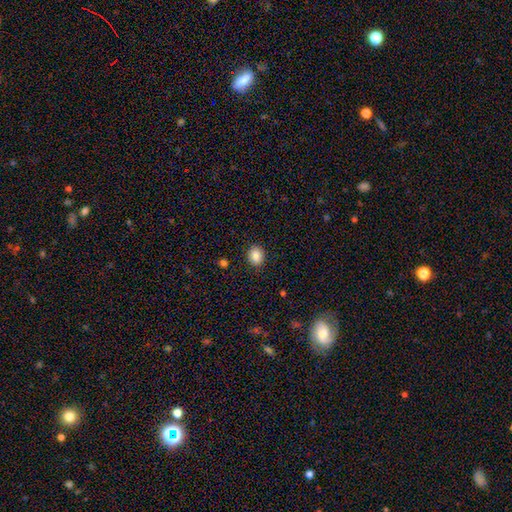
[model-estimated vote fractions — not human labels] Overall: smooth (87%). How rounded: round (55%; in between 44%). Merging: none (89%).